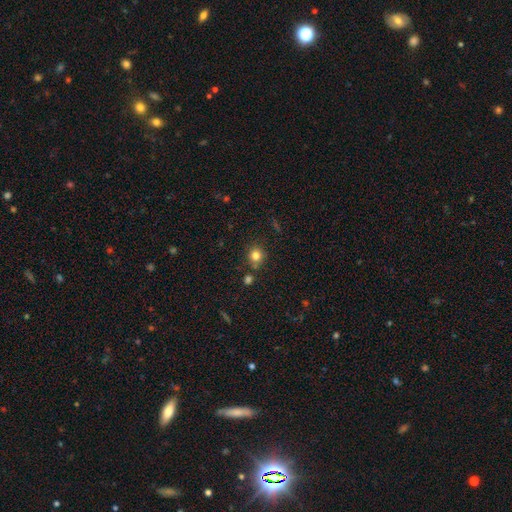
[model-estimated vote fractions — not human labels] This is clearly a smooth galaxy (80%). How rounded: clearly round (86%). Merging: likely none (76%).